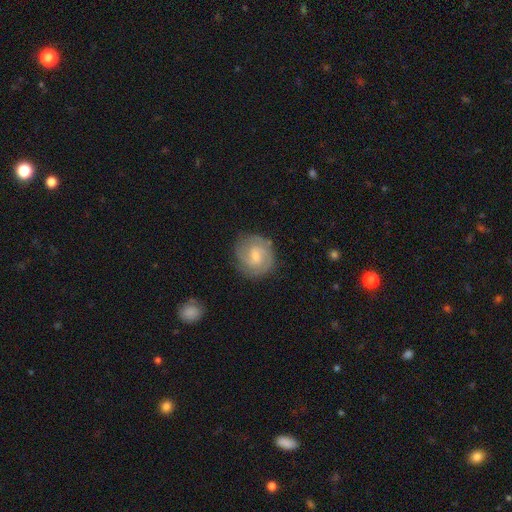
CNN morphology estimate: featured or disk 71%, smooth 22%, star or artifact 7%. Down the decision tree: edge-on disk — no (98%); bar — weak (48%); spiral arms — yes (93%); spiral arm count — 2 (60%); spiral winding — tight (57%); bulge size — small (51%); merging — none (83%).